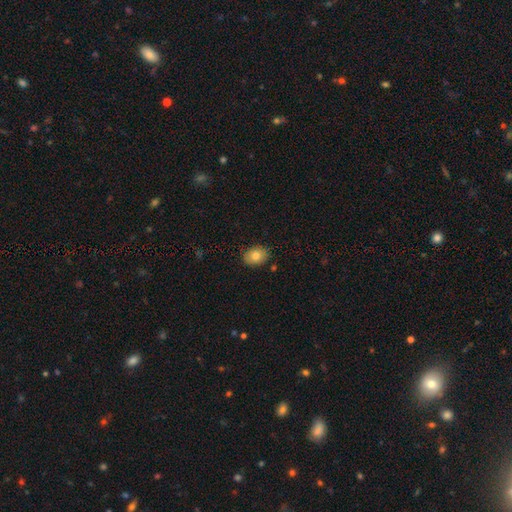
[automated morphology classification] Smooth or featured? Predicted: smooth (p=0.80). How rounded? Predicted: in between (p=0.65). Merging? Predicted: none (p=0.87).